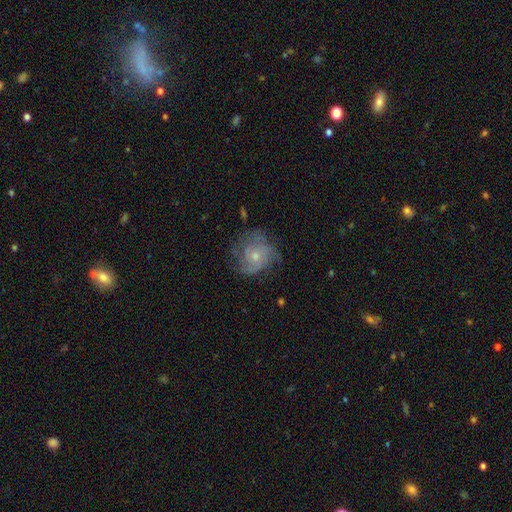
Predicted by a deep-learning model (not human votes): smooth-or-featured: featured or disk: 70% | smooth: 22% | star or artifact: 8%
  disk-edge-on: no: 98% | yes: 2%
    bar: no: 78% | weak: 20% | strong: 2%
    has-spiral-arms: yes: 86% | no: 14%
      spiral-winding: tight: 45% | medium: 40% | loose: 16%
      spiral-arm-count: can't tell: 36% | 3: 24% | 2: 19% | 4: 10% | 1: 6% | more than 4: 5%
    bulge-size: small: 49% | moderate: 46% | none: 3% | large: 2% | dominant: 1%
  merging: none: 61% | minor disturbance: 23% | major disturbance: 15% | merger: 1%